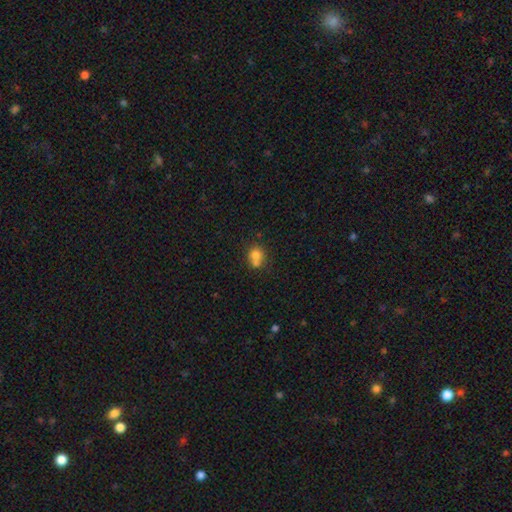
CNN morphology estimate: A smooth galaxy with no disk features (74%) that is round (66%). Merging: merger (42%).